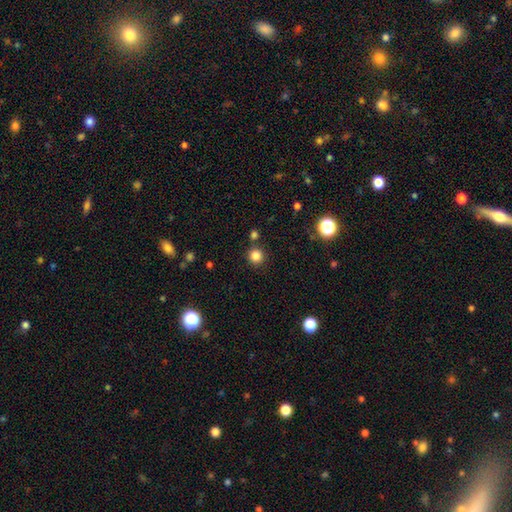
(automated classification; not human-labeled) Smooth or featured: smooth — 83% (star or artifact — 13%)
How rounded: round — 94% (in between — 5%)
Merging: none — 85% (minor disturbance — 7%)